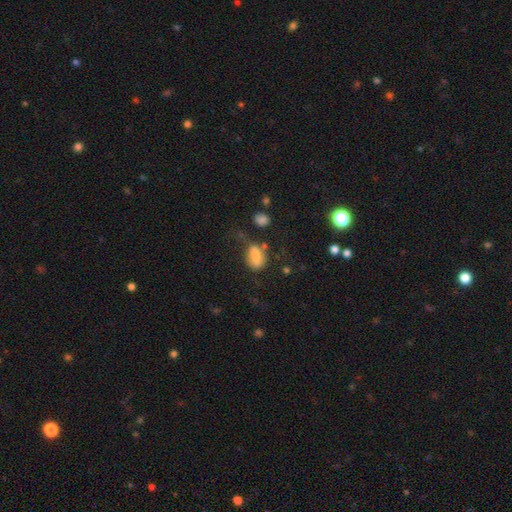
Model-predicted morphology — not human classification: smooth 74%, featured or disk 15%, star or artifact 11%. Down the decision tree: how rounded — in between (74%); merging — none (42%).